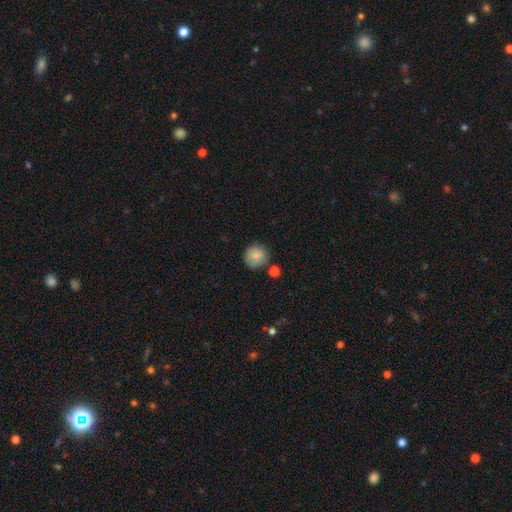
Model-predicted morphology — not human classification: A smooth galaxy with no disk features (84%) that is round (89%). Merging: none (72%).